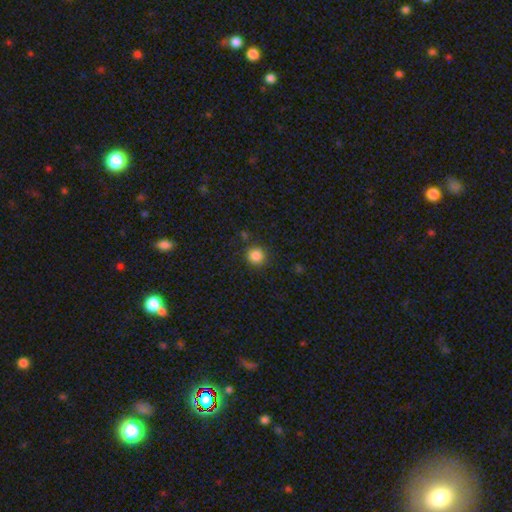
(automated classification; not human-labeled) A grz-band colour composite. It shows a smooth galaxy with no disk features (85%) that is round (93%). Merging: none (87%).